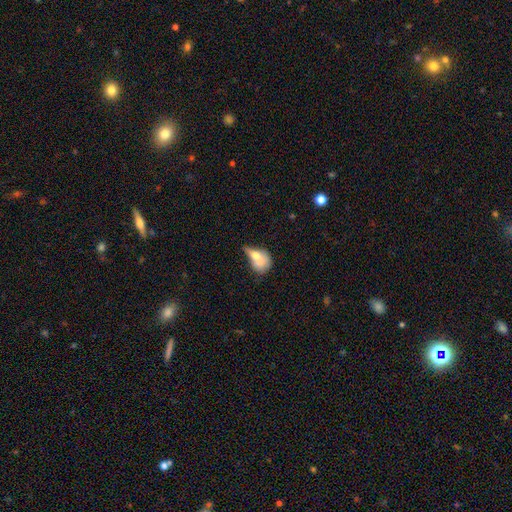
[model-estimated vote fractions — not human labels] A smooth galaxy with no disk features (65%) that is in between round and cigar-shaped (71%).

Vote fractions:
- Smooth or featured? smooth: 65% / featured or disk: 26% / star or artifact: 10%
- How rounded? in between: 71% / round: 25% / cigar-shaped: 5%
- Merging? major disturbance: 33% / minor disturbance: 25% / merger: 22% / none: 20%